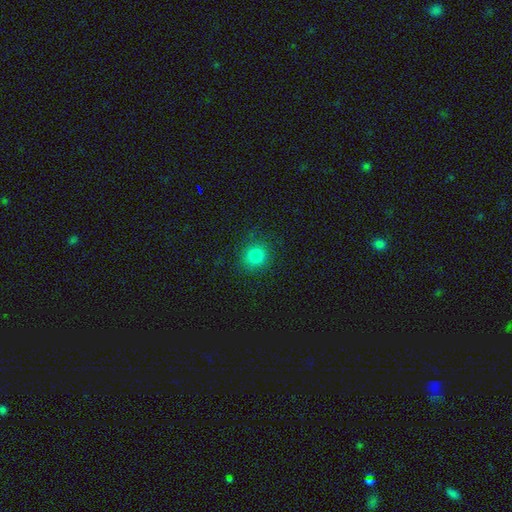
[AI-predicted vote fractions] This is clearly a smooth galaxy (82%). How rounded: clearly round (89%). Merging: clearly none (87%).